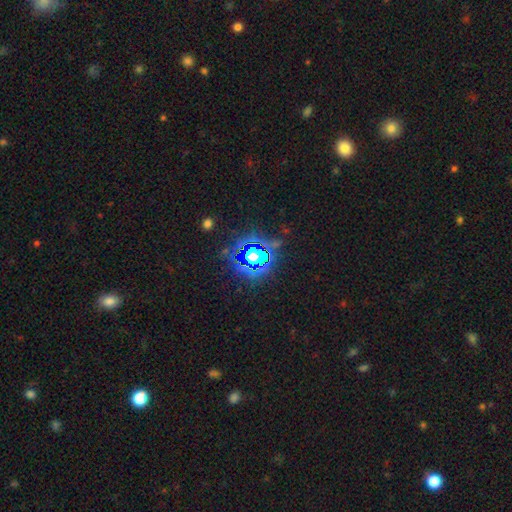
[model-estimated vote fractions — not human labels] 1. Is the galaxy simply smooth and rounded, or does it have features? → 79% star or artifact, 14% smooth, 7% featured or disk.